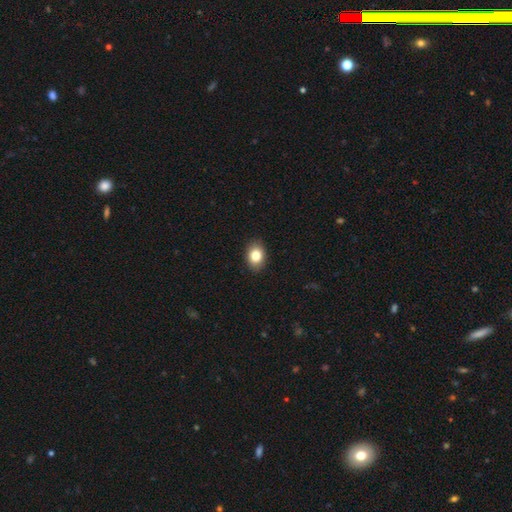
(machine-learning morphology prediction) This appears to be a smooth galaxy with no disk features (83%) that is in between round and cigar-shaped (72%). Merging: none (90%).